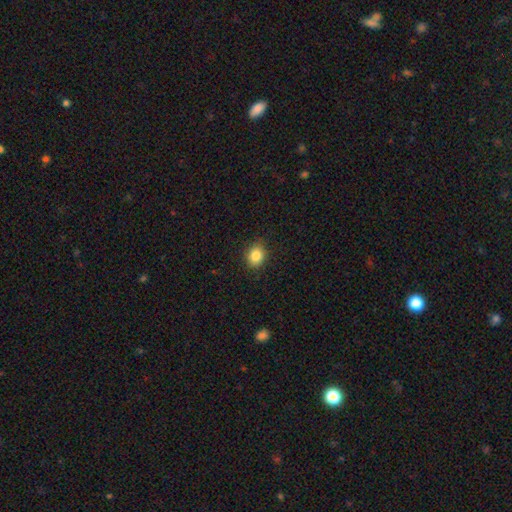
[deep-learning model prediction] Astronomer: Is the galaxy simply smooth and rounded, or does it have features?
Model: smooth — 85%.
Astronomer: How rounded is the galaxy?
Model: round — 63%.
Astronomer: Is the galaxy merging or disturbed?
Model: none — 87%.